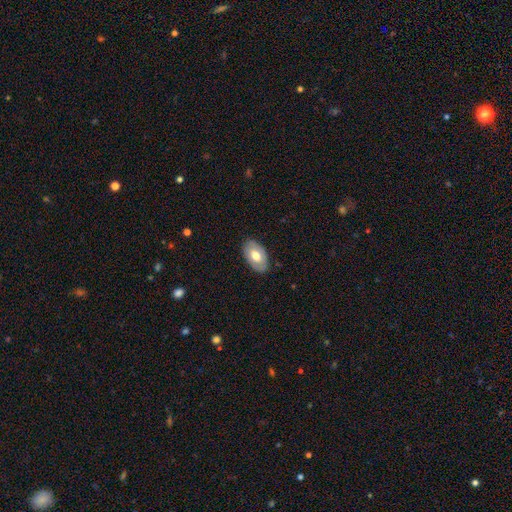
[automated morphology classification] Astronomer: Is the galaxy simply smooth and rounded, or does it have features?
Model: smooth — 59% (runner-up: featured or disk, 36%).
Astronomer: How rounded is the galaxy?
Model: in between — 92%.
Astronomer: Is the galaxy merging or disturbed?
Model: none — 84%.